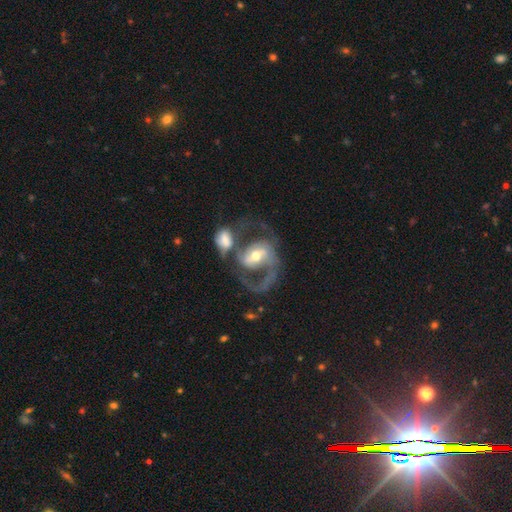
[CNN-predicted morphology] A featured or disk galaxy (80%) with a weak bar (41%), 2 (69%) medium (45%) spiral arms (86%) and a moderate central bulge (63%). Merging: merger (43%).